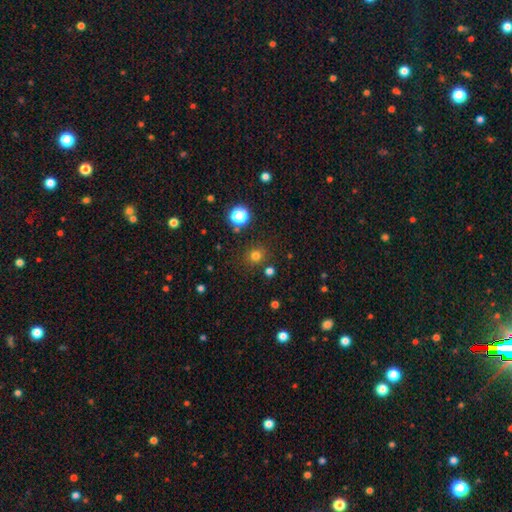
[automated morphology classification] This appears to be a smooth galaxy with no disk features (73%) that is round (90%). Merging: none (84%).